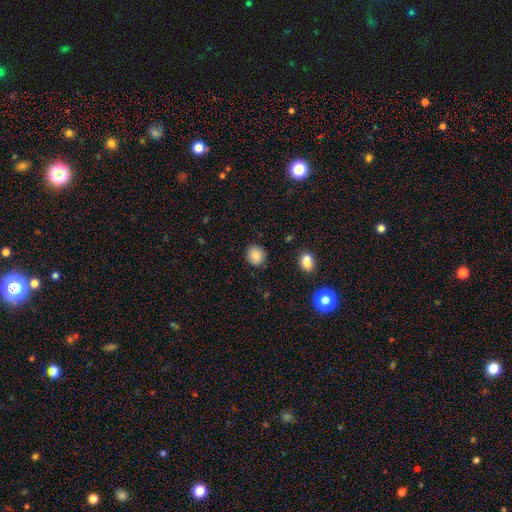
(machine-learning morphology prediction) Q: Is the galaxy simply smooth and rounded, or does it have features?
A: smooth — 87%.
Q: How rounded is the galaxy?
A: round — 85%.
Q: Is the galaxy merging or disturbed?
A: none — 88%.